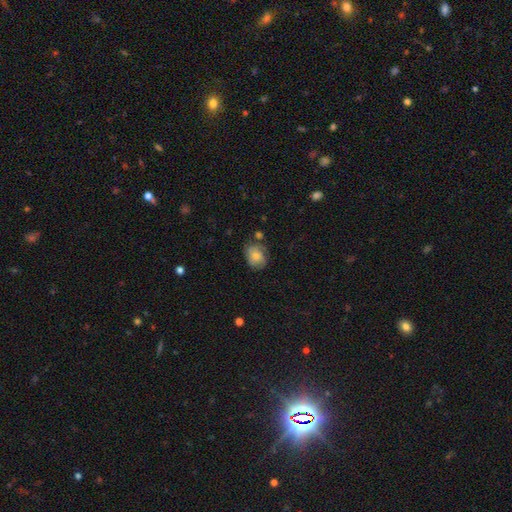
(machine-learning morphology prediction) Overall: smooth (61%; featured or disk 30%). How rounded: round (58%; in between 41%). Merging: none (63%; minor disturbance 24%).